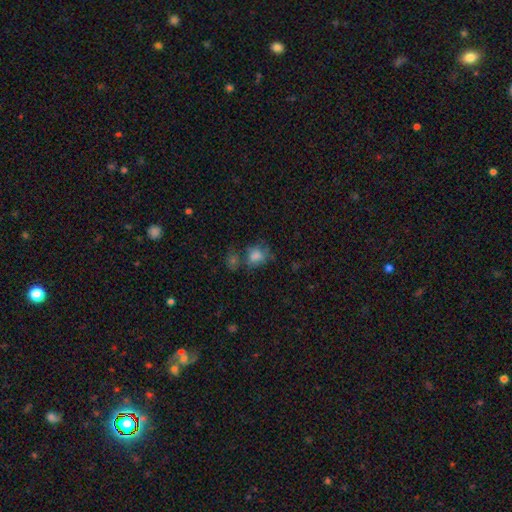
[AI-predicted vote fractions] Smooth or featured: smooth — 70% (star or artifact — 15%)
How rounded: round — 51% (in between — 48%)
Merging: none — 39% (merger — 24%)